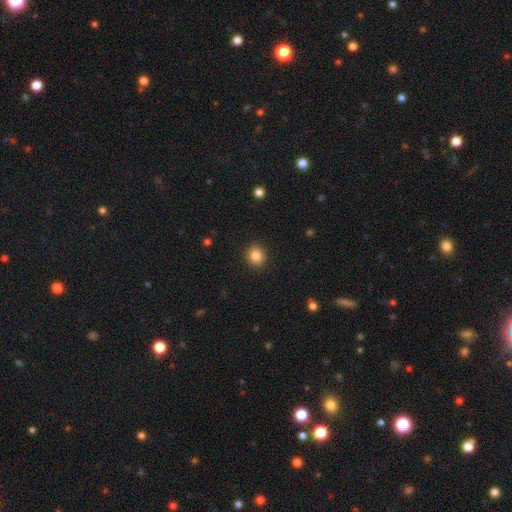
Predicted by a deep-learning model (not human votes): A smooth galaxy with no disk features (85%) that is round (88%).

Vote fractions:
- Smooth or featured? smooth: 85% / star or artifact: 10% / featured or disk: 5%
- How rounded? round: 88% / in between: 11% / cigar-shaped: 1%
- Merging? none: 91% / minor disturbance: 6% / major disturbance: 2% / merger: 1%